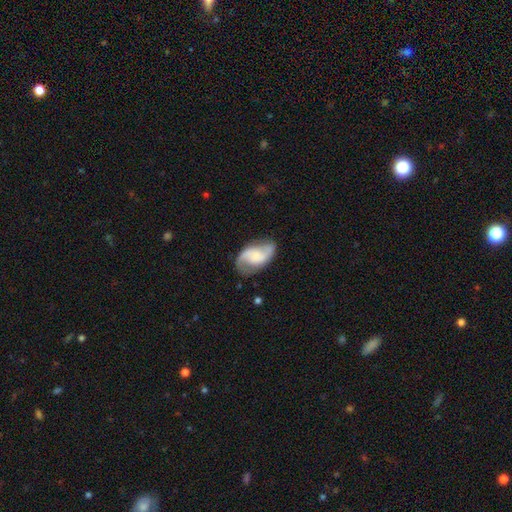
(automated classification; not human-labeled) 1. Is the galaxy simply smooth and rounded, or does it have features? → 75% featured or disk, 19% smooth, 6% star or artifact.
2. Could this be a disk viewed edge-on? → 97% no, 3% yes.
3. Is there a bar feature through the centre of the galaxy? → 52% no, 37% weak, 11% strong.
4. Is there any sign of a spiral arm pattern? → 95% yes, 5% no.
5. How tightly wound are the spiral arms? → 47% loose, 40% medium, 13% tight.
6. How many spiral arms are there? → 90% 2, 4% can't tell, 3% 1, 1% 3, 1% 4, 1% more than 4.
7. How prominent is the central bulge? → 43% none, 24% small, 17% moderate, 13% large, 3% dominant.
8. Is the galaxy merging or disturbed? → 70% none, 20% minor disturbance, 9% major disturbance, 2% merger.